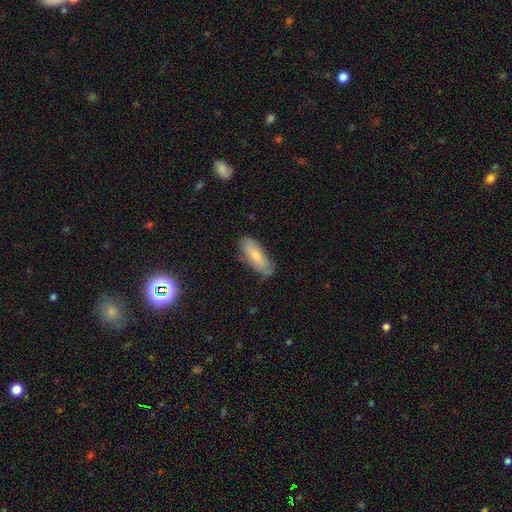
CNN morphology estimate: smooth-or-featured: smooth: 66% | featured or disk: 27% | star or artifact: 6%
  how-rounded: in between: 71% | cigar-shaped: 27% | round: 2%
  merging: none: 74% | minor disturbance: 20% | major disturbance: 4% | merger: 1%